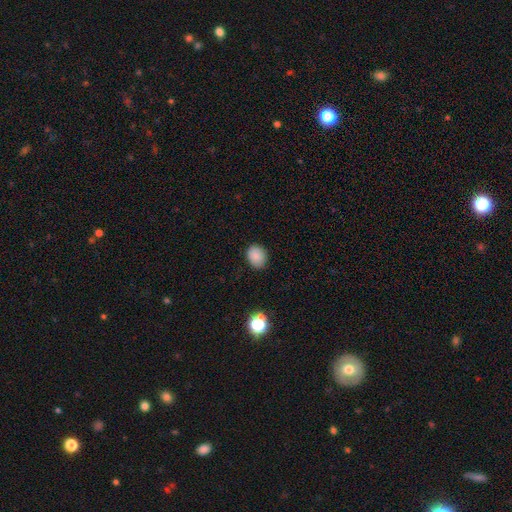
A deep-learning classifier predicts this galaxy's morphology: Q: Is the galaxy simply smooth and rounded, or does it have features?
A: smooth — 84%.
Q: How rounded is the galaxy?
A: round — 50%.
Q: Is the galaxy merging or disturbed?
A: none — 86%.